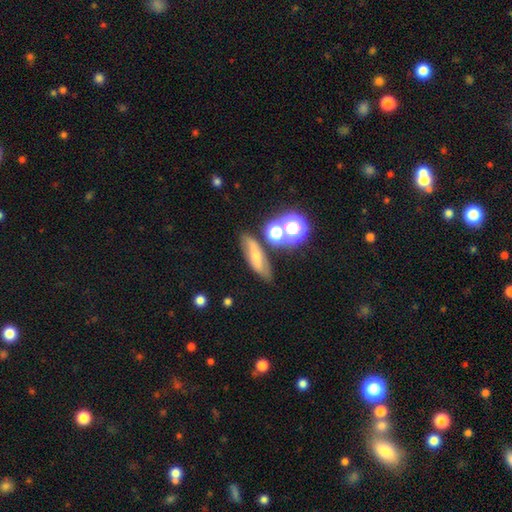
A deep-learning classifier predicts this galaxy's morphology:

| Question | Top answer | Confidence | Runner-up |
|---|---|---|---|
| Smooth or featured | smooth | 48% | featured or disk (36%) |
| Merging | none | 68% | minor disturbance (16%) |